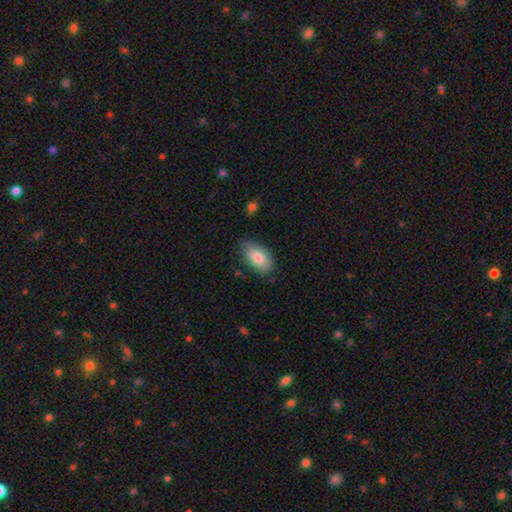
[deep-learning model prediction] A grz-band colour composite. It shows a smooth galaxy with no disk features (83%) that is in between round and cigar-shaped (93%). Merging: none (79%).